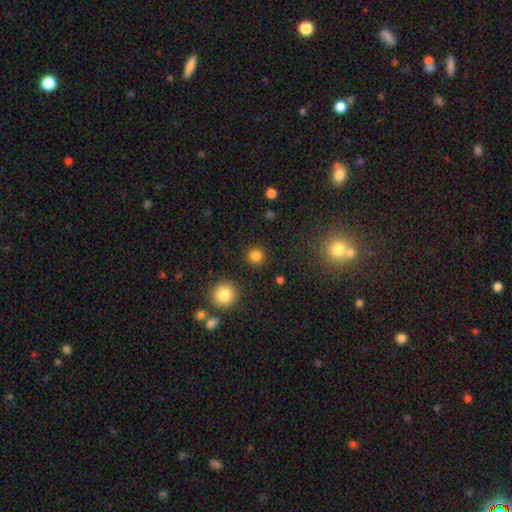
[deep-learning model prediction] Q: Smooth or featured?
A: smooth (82%); runner-up: star or artifact (15%)
Q: How rounded?
A: round (92%); runner-up: in between (7%)
Q: Merging?
A: none (89%); runner-up: minor disturbance (6%)